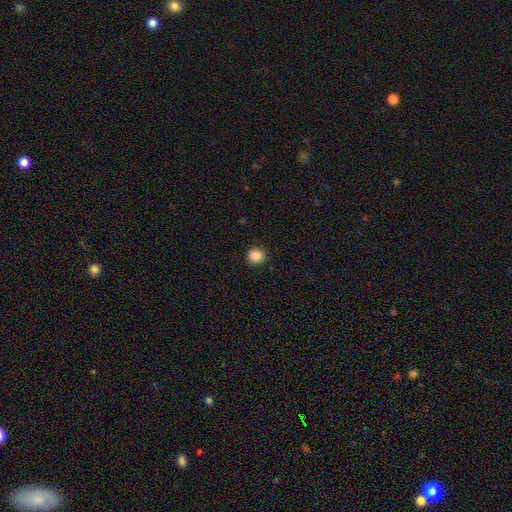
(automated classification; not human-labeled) This appears to be a smooth galaxy with no disk features (87%) that is round (89%). Merging: none (91%).